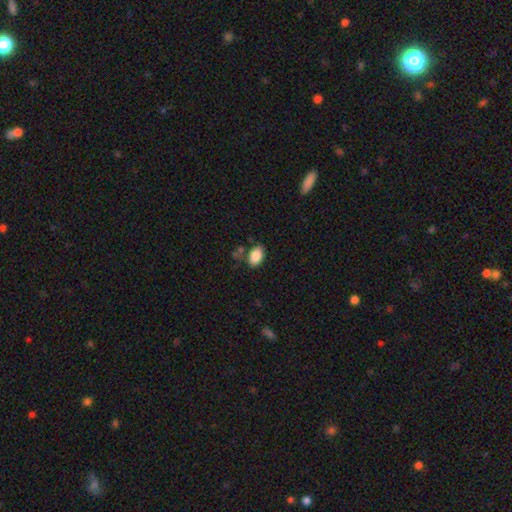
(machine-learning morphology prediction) Smooth or featured? Predicted: smooth (p=0.87). How rounded? Predicted: in between (p=0.89). Merging? Predicted: none (p=0.76).